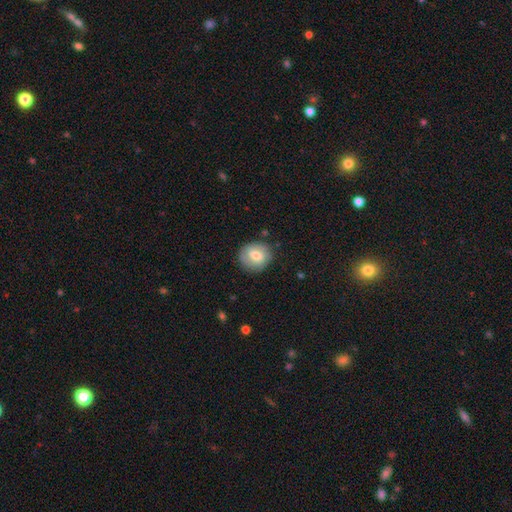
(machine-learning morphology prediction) smooth-or-featured: smooth: 65% | featured or disk: 28% | star or artifact: 7%
  how-rounded: round: 80% | in between: 19% | cigar-shaped: 1%
  merging: none: 80% | minor disturbance: 14% | major disturbance: 4% | merger: 1%